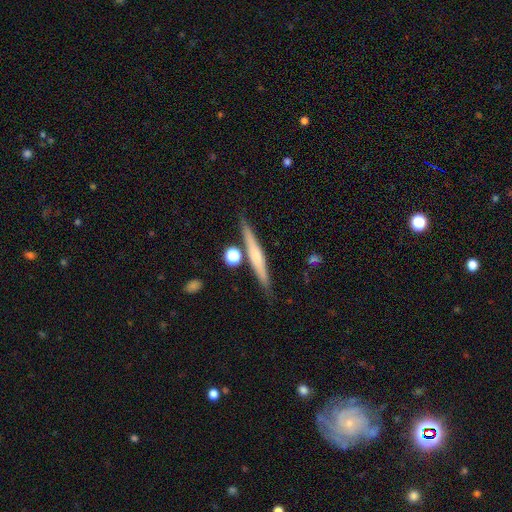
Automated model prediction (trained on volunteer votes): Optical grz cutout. It shows a featured or disk galaxy (55%) viewed edge-on (96%) with a rounded central bulge (60%). Merging: none (83%).